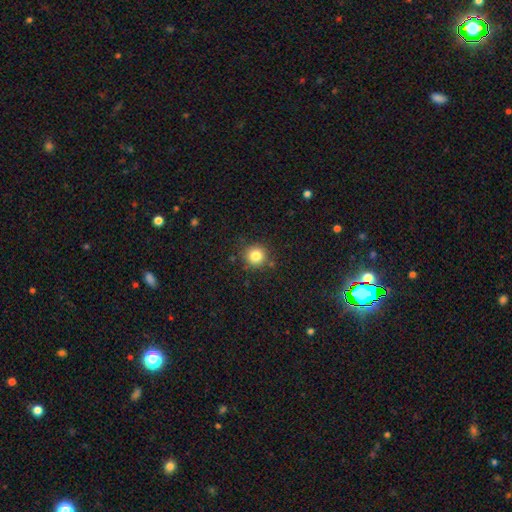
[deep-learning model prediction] smooth 83%, star or artifact 11%, featured or disk 6%. Down the decision tree: how rounded — round (94%); merging — none (86%).